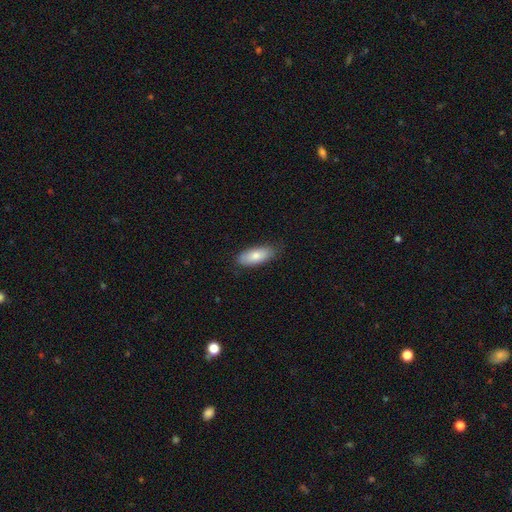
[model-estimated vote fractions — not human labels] Smooth or featured?
  - smooth: 80% *
  - featured or disk: 14%
  - star or artifact: 6%
How rounded?
  - in between: 82% *
  - cigar-shaped: 15%
  - round: 2%
Merging?
  - none: 78% *
  - minor disturbance: 18%
  - major disturbance: 3%
  - merger: 1%